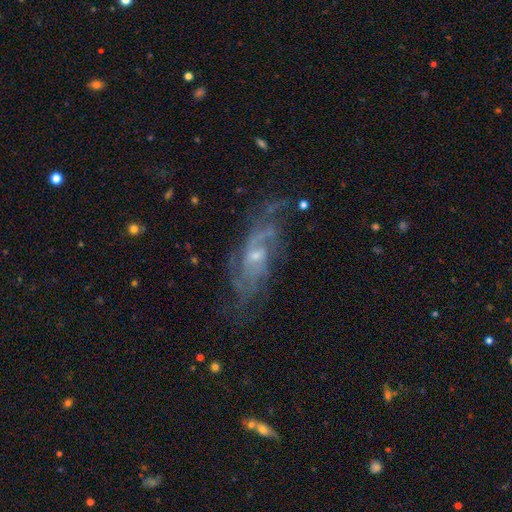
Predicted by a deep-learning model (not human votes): This is clearly a featured or disk galaxy (83%). It is clearly not viewed edge-on (90%). Bar: possibly no (55%). Spiral arm pattern: clearly yes (93%). Spiral arm count: marginally can't tell (35%). Spiral winding: marginally medium (43%). Central bulge: possibly small (58%). Merging: likely none (67%).